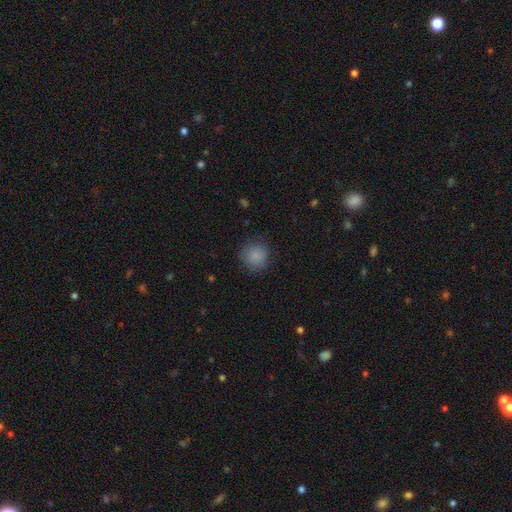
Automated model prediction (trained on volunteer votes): smooth 86%, star or artifact 10%, featured or disk 4%. Down the decision tree: how rounded — round (90%); merging — none (84%).